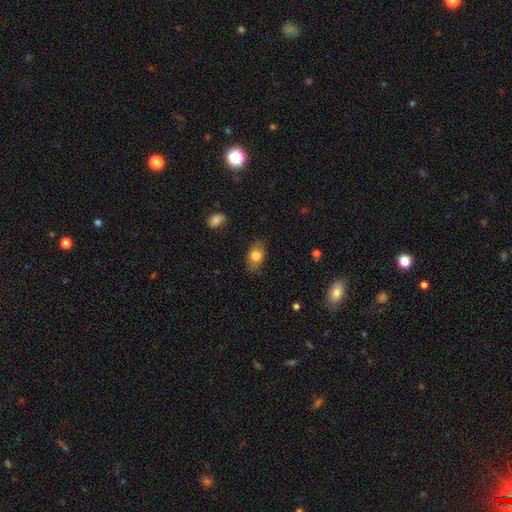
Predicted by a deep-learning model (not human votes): Smooth or featured? smooth (80%)
How rounded? in between (85%)
Merging? none (78%)